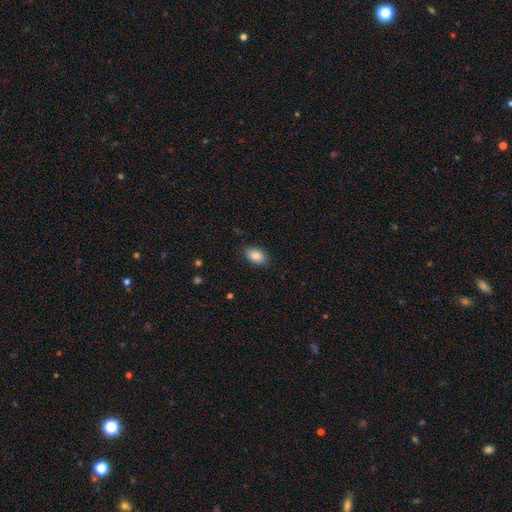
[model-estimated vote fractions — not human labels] Morphology: type=smooth (87%); roundness=in between (85%); merging=none (85%).